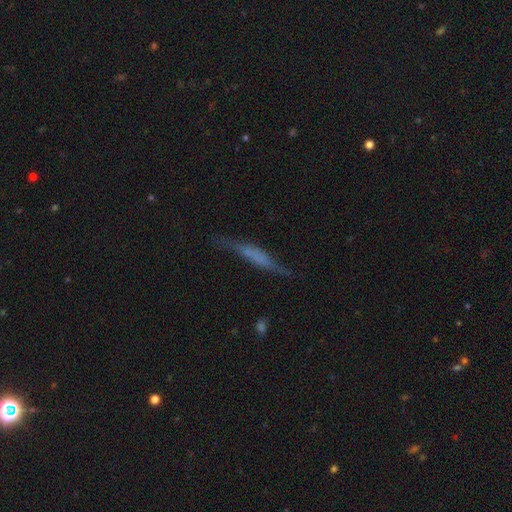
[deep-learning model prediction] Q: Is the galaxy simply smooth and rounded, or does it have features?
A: featured or disk — 52%.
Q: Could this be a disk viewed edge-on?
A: yes — 85%.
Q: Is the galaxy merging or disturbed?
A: none — 65%.